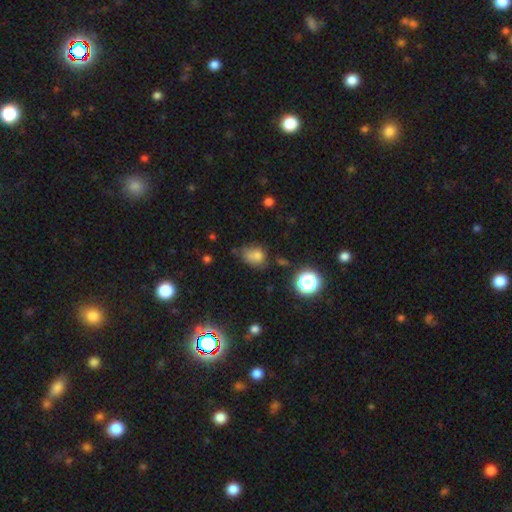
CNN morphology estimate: smooth-or-featured: smooth: 72% | star or artifact: 17% | featured or disk: 11%
  how-rounded: in between: 55% | round: 44% | cigar-shaped: 1%
  merging: none: 43% | minor disturbance: 29% | major disturbance: 14% | merger: 13%